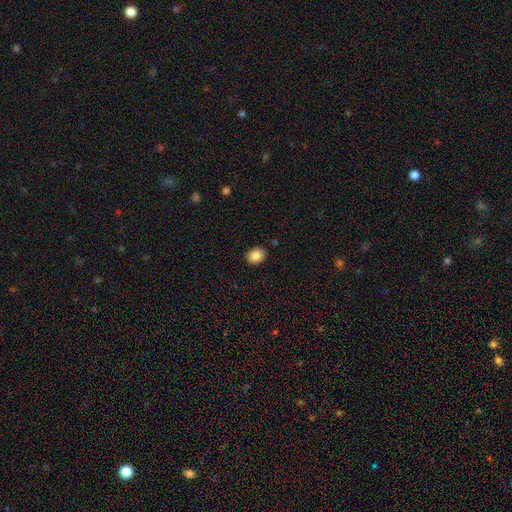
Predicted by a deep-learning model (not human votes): smooth_or_featured: smooth (p=0.87) [alt: star or artifact p=0.08]
how_rounded: in between (p=0.53) [alt: round p=0.46]
merging: none (p=0.89) [alt: minor disturbance p=0.08]